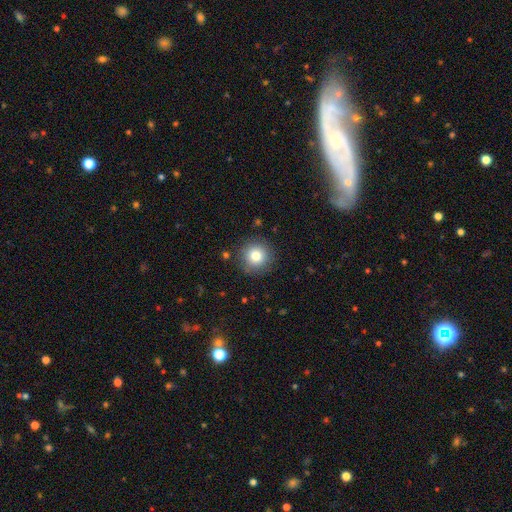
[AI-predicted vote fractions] This appears to be a smooth galaxy with no disk features (80%) that is round (95%). Merging: none (88%).